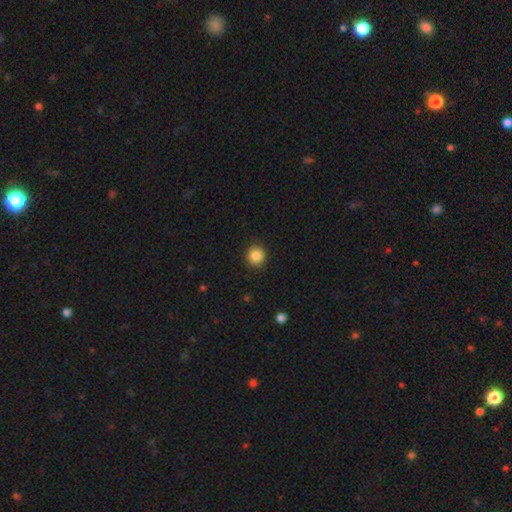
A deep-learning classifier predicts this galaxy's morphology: Smooth or featured: smooth — 87% (star or artifact — 10%)
How rounded: round — 92% (in between — 7%)
Merging: none — 91% (minor disturbance — 6%)